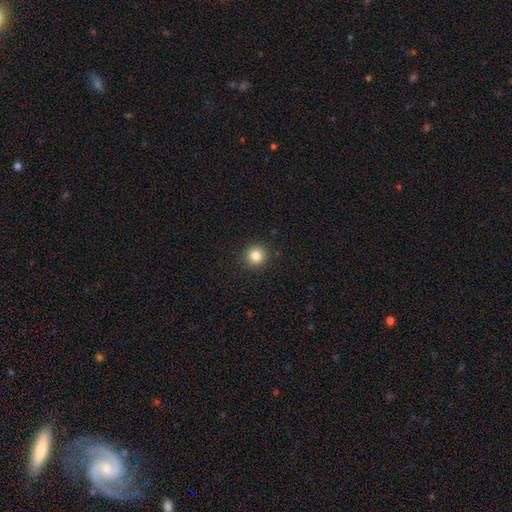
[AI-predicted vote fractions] The model was most divided on "smooth or featured": smooth: 84%, star or artifact: 11%, featured or disk: 5%. More confident: how rounded — round (92%); merging — none (92%).